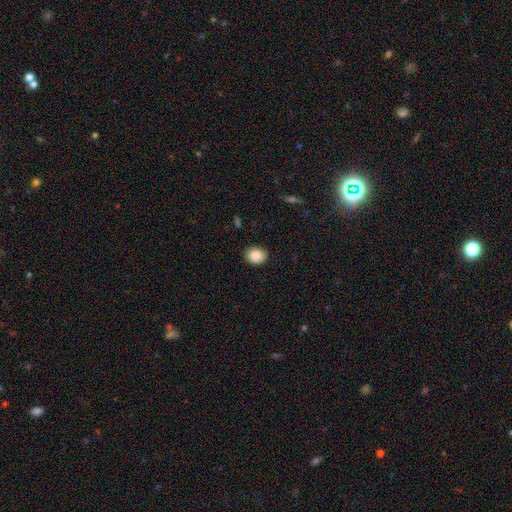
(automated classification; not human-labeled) Q: Smooth or featured?
A: smooth (89%); runner-up: star or artifact (8%)
Q: How rounded?
A: round (56%); runner-up: in between (43%)
Q: Merging?
A: none (89%); runner-up: minor disturbance (8%)